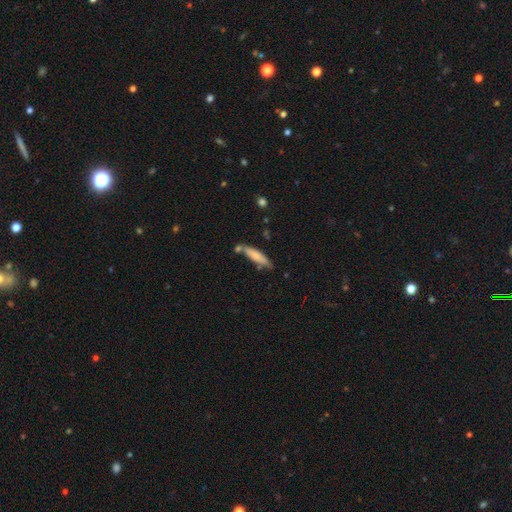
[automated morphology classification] smooth-or-featured: smooth: 72% | featured or disk: 21% | star or artifact: 6%
  how-rounded: cigar-shaped: 74% | in between: 25% | round: 1%
  merging: none: 65% | minor disturbance: 19% | merger: 12% | major disturbance: 4%